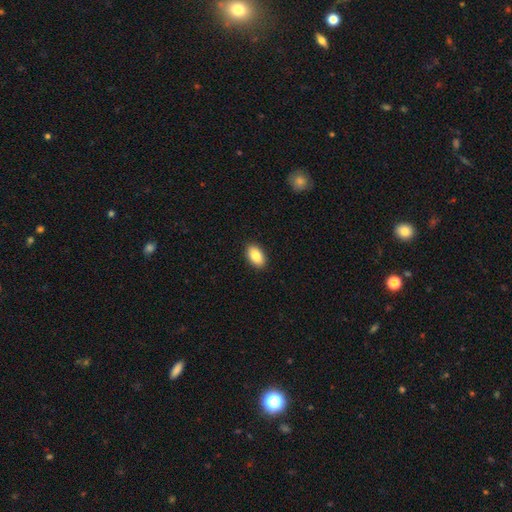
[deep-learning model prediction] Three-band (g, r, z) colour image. It shows a smooth galaxy with no disk features (88%) that is in between round and cigar-shaped (93%). Merging: none (91%).